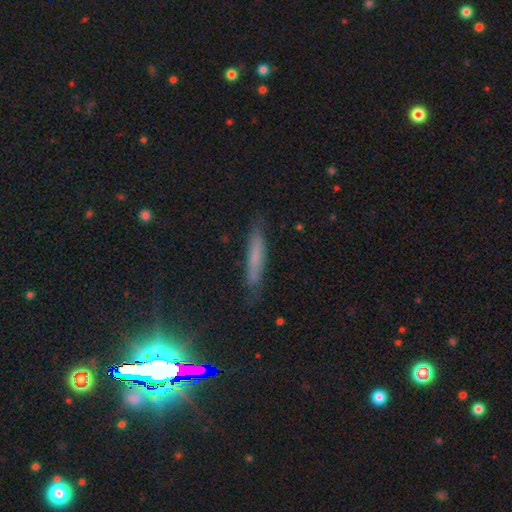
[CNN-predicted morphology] Smooth or featured? Predicted: smooth (p=0.62). How rounded? Predicted: cigar-shaped (p=0.89). Merging? Predicted: none (p=0.76).